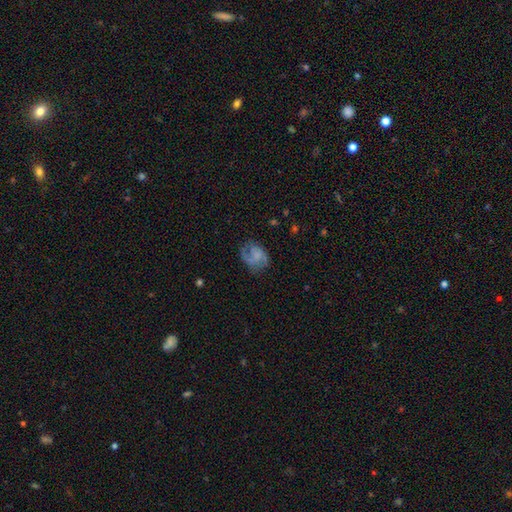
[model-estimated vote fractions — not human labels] Q: Smooth or featured?
A: featured or disk (60%); runner-up: smooth (31%)
Q: Edge-on disk?
A: no (98%); runner-up: yes (2%)
Q: Bar?
A: no (67%); runner-up: weak (28%)
Q: Spiral arms?
A: yes (84%); runner-up: no (16%)
Q: Bulge size?
A: none (52%); runner-up: small (26%)
Q: Merging?
A: none (55%); runner-up: minor disturbance (23%)